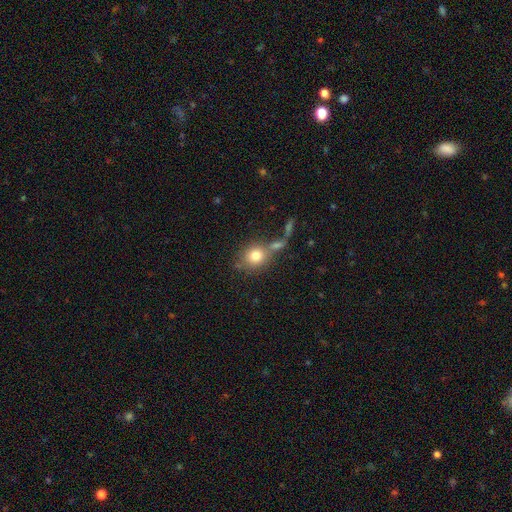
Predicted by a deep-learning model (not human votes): smooth_or_featured: smooth (p=0.78) [alt: featured or disk p=0.12]
how_rounded: round (p=0.77) [alt: in between p=0.22]
merging: none (p=0.54) [alt: merger p=0.27]